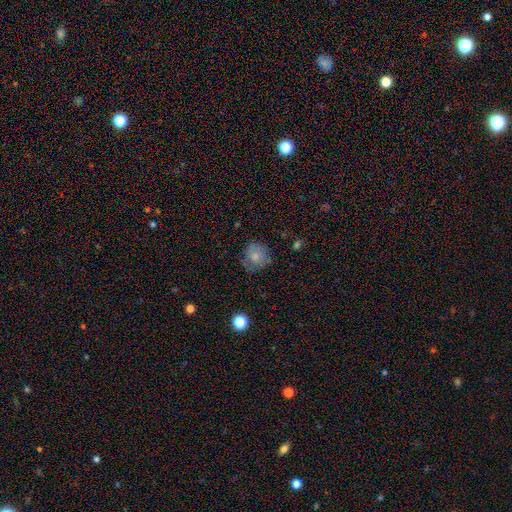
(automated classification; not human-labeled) This is likely a smooth galaxy (74%). How rounded: clearly round (86%). Merging: likely none (71%).